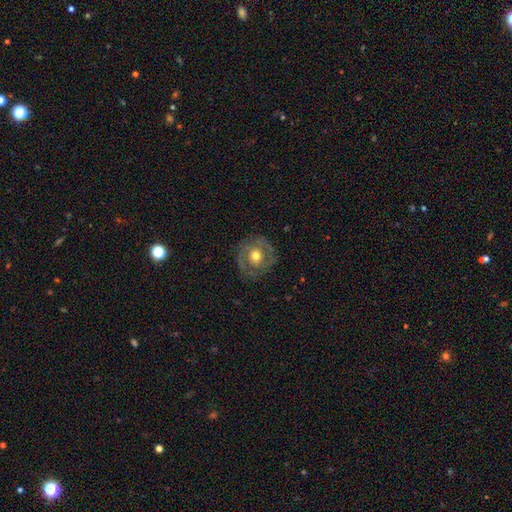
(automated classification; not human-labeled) The model was most divided on "spiral arms": no: 53%, yes: 47%. More confident: edge-on disk — no (95%); merging — none (82%); bulge size — moderate (77%); bar — no (77%); smooth or featured — featured or disk (62%).